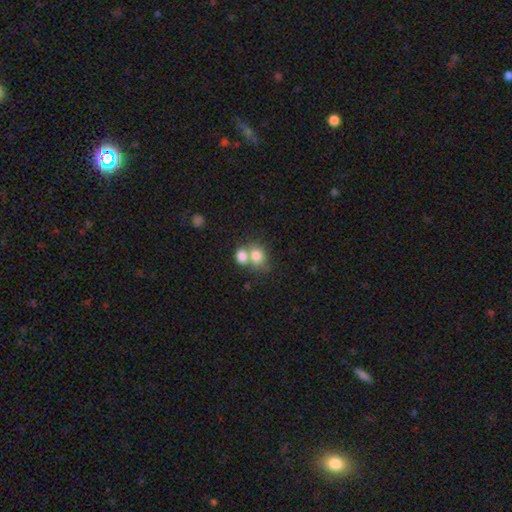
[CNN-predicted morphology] This is likely a smooth galaxy (79%). How rounded: possibly round (58%). Merging: possibly merger (56%).